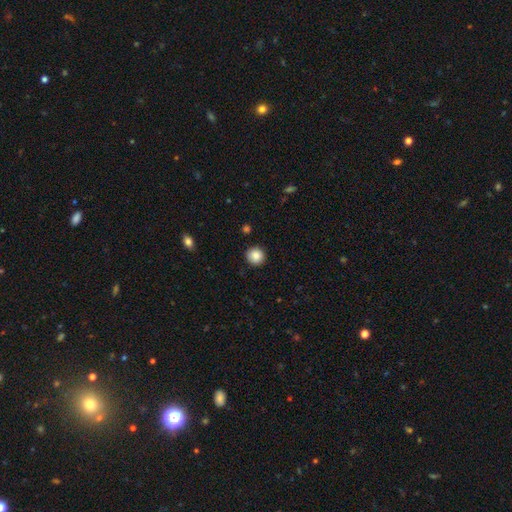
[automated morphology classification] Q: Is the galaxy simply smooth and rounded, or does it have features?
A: smooth — 87%.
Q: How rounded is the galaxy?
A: round — 94%.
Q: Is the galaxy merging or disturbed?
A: none — 91%.